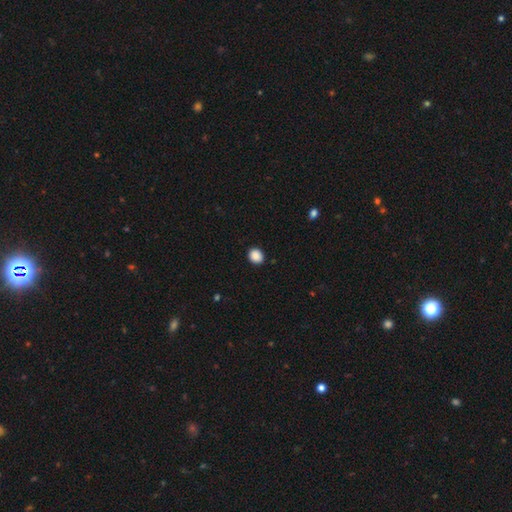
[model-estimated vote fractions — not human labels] A smooth galaxy with no disk features (89%) that is round (64%). Merging: none (90%).